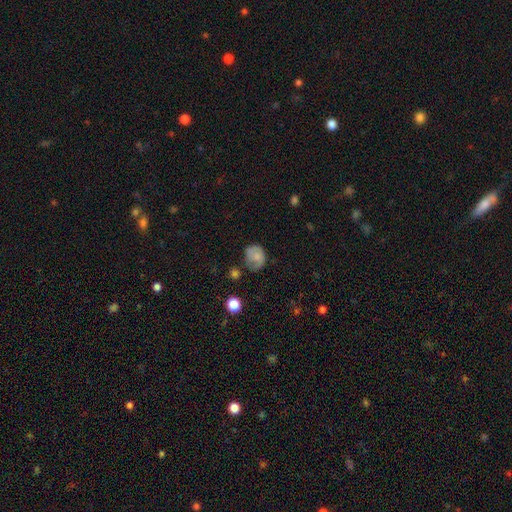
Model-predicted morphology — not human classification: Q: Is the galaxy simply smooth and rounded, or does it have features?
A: smooth — 64%.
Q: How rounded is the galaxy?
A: round — 58%.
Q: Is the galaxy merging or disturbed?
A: none — 47%.